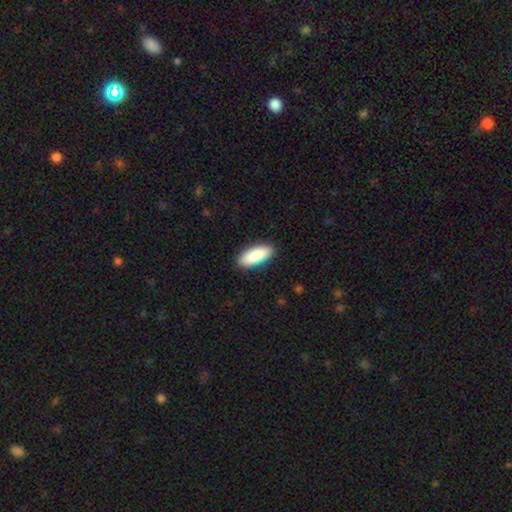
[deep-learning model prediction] Smooth or featured? Predicted: smooth (p=0.89). How rounded? Predicted: in between (p=0.78). Merging? Predicted: none (p=0.90).